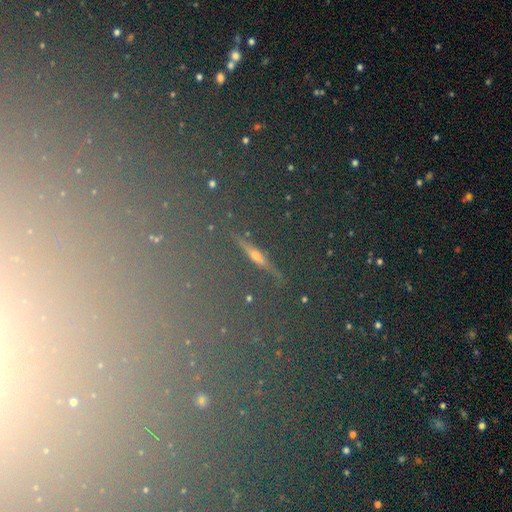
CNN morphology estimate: type=featured or disk (43%); merging=none (80%).